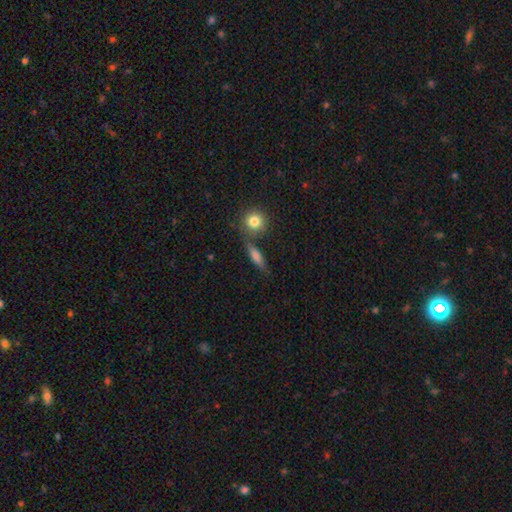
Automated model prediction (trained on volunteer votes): Smooth or featured: smooth — 71% (featured or disk — 19%)
How rounded: cigar-shaped — 47% (in between — 41%)
Merging: none — 66% (minor disturbance — 16%)